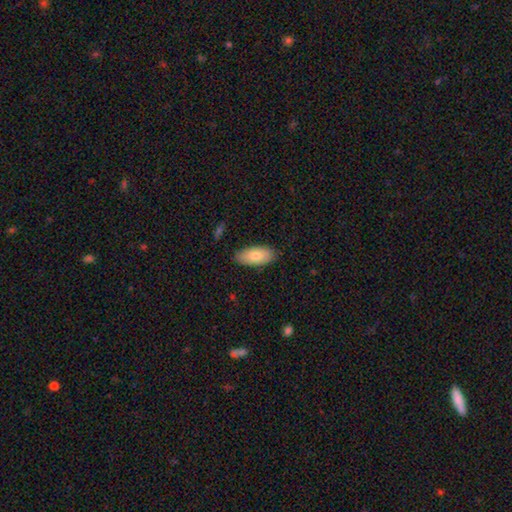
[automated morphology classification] This is likely a smooth galaxy (75%). How rounded: clearly in between (90%). Merging: clearly none (86%).